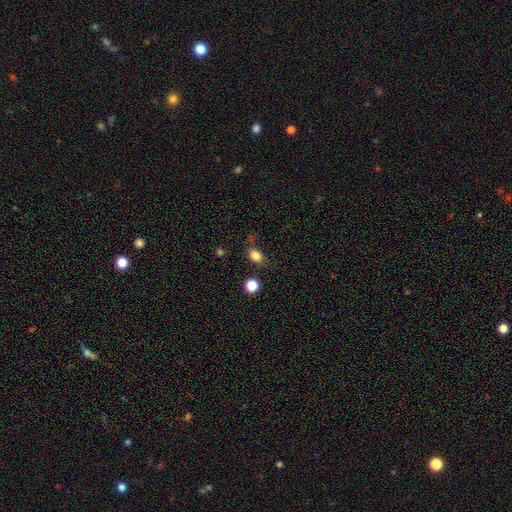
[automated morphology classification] smooth 83%, star or artifact 11%, featured or disk 6%. Down the decision tree: how rounded — in between (78%); merging — none (71%).